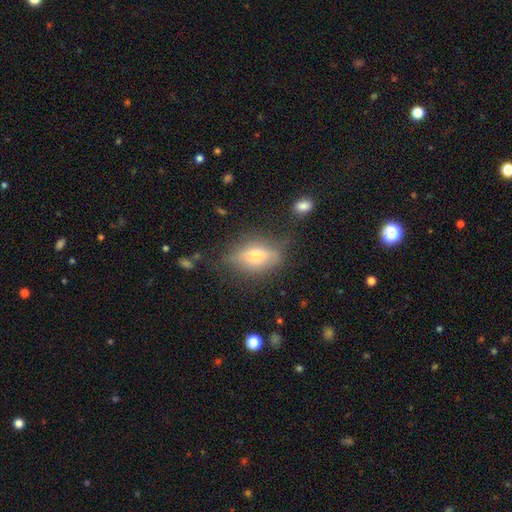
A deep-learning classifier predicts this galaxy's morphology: Overall: smooth (47%; featured or disk 44%). Merging: none (69%).